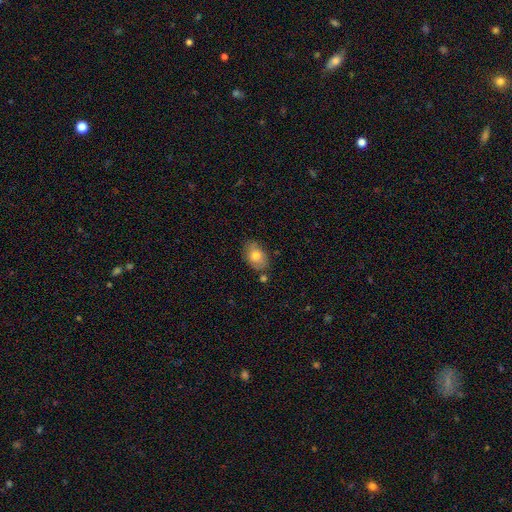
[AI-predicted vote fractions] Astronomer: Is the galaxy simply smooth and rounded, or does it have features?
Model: smooth — 77%.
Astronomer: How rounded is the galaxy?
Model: in between — 83%.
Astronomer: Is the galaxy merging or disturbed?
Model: none — 72%.